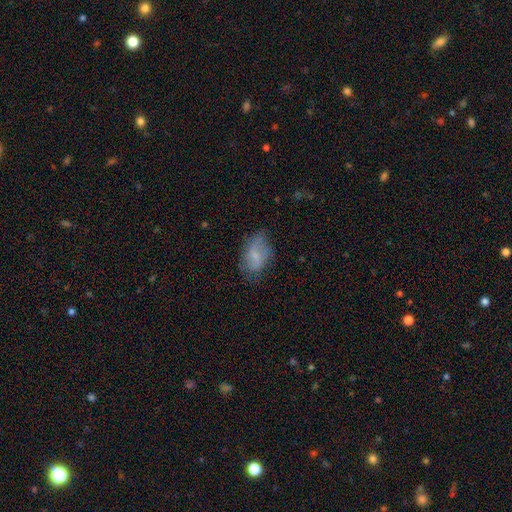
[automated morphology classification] Smooth or featured? smooth (61%)
How rounded? in between (90%)
Merging? none (57%)